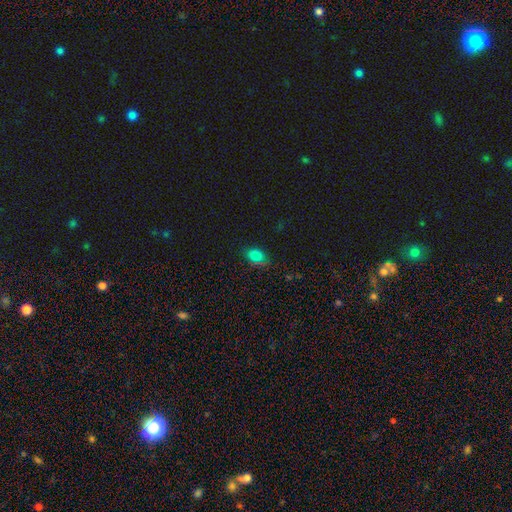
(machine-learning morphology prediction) This is likely a smooth galaxy (77%). How rounded: clearly in between (84%). Merging: likely none (74%).